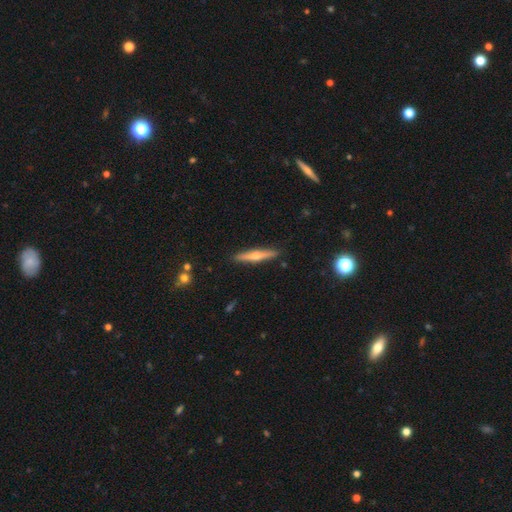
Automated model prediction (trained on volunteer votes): A featured or disk galaxy (56%) viewed edge-on (96%) with a rounded central bulge (86%).

Vote fractions:
- Smooth or featured? featured or disk: 56% / smooth: 37% / star or artifact: 7%
- Edge-on disk? yes: 96% / no: 4%
- Edge-on bulge? rounded: 86% / none: 11% / boxy: 4%
- Merging? none: 90% / minor disturbance: 7% / major disturbance: 1% / merger: 1%